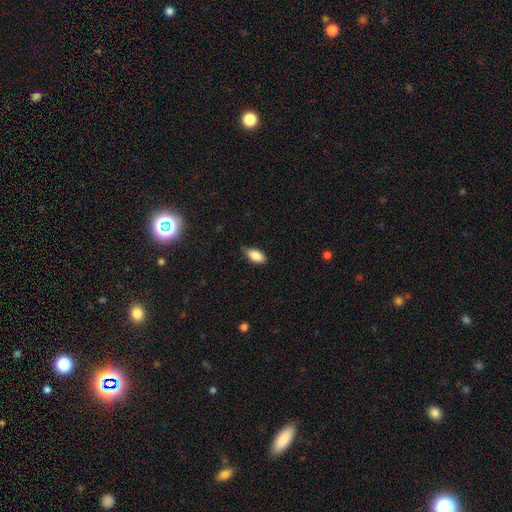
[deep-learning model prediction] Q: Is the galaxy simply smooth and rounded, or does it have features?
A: smooth — 85%.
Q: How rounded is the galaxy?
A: in between — 89%.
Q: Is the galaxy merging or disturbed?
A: none — 77%.